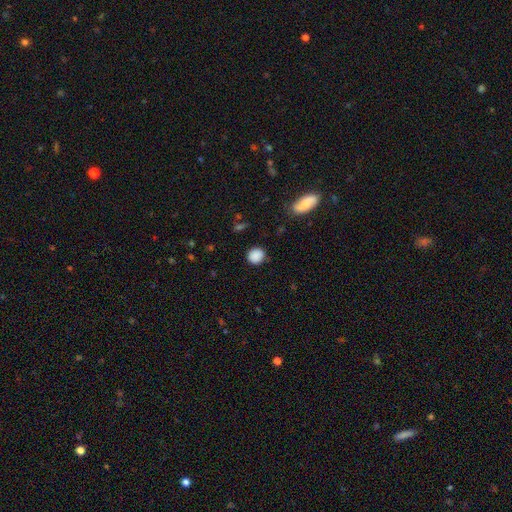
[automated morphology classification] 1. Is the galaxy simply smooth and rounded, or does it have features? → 87% smooth, 9% star or artifact, 4% featured or disk.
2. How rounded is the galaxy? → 84% round, 15% in between, 1% cigar-shaped.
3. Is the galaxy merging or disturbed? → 85% none, 11% minor disturbance, 3% major disturbance, 2% merger.